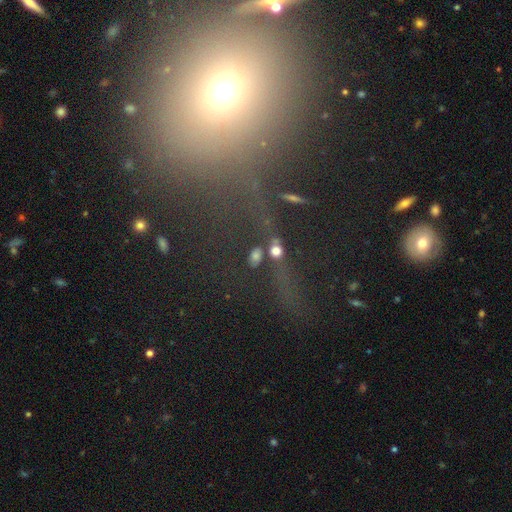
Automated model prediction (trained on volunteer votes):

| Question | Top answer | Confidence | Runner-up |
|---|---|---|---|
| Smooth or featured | smooth | 58% | star or artifact (26%) |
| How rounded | in between | 55% | round (34%) |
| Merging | none | 56% | merger (20%) |